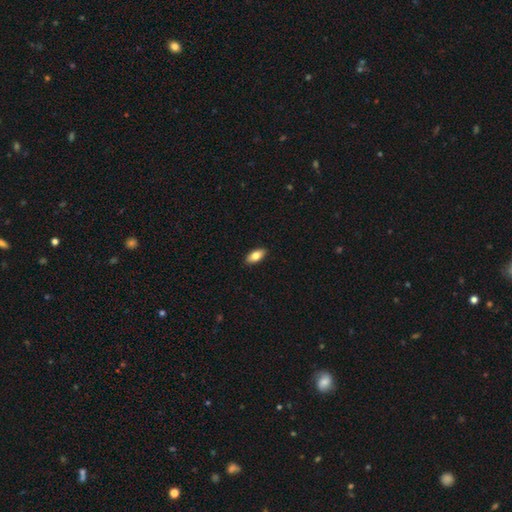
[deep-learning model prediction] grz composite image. It shows a smooth galaxy with no disk features (81%) that is in between round and cigar-shaped (90%). Merging: none (90%).